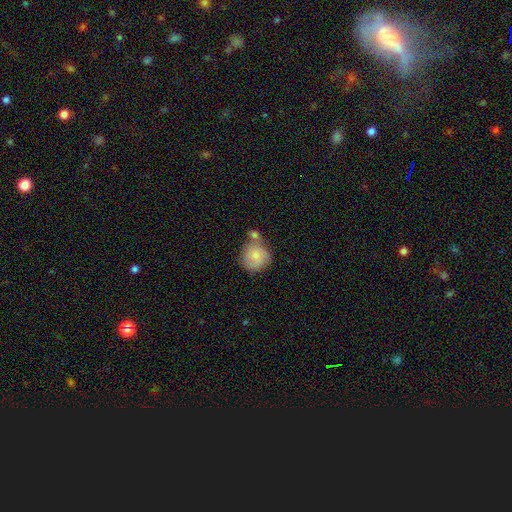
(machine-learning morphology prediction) smooth 71%, featured or disk 23%, star or artifact 7%. Down the decision tree: how rounded — round (88%); merging — none (47%).